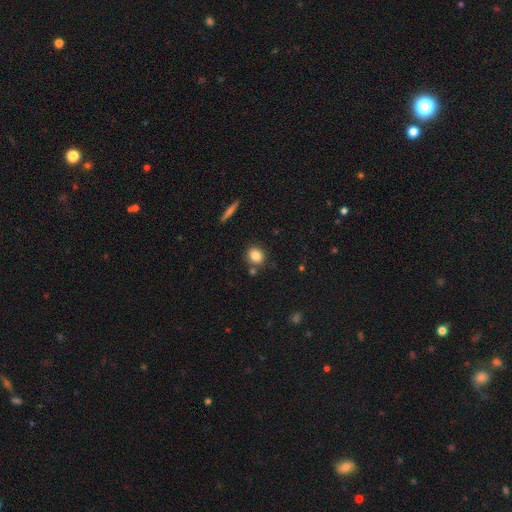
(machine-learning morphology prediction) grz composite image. It shows a smooth galaxy with no disk features (82%) that is round (80%). Merging: none (79%).